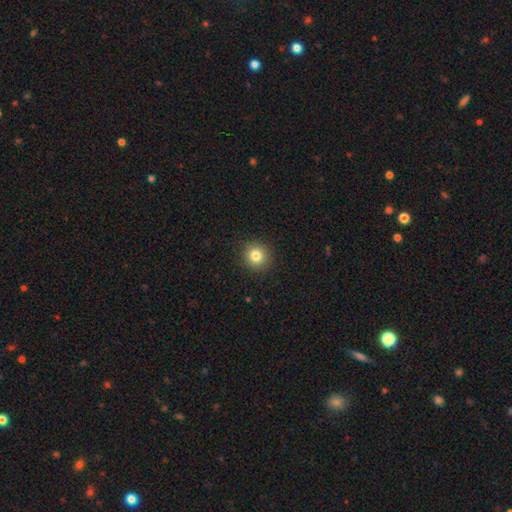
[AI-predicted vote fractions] Smooth or featured? smooth (82%)
How rounded? round (92%)
Merging? none (92%)